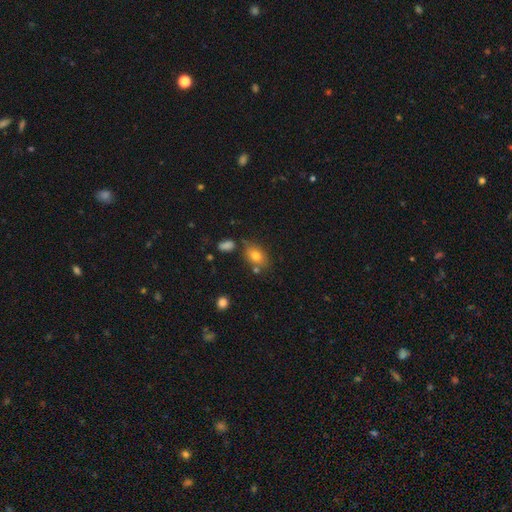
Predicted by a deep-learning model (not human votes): smooth_or_featured: smooth (p=0.77) [alt: featured or disk p=0.13]
how_rounded: in between (p=0.77) [alt: round p=0.21]
merging: none (p=0.70) [alt: minor disturbance p=0.16]